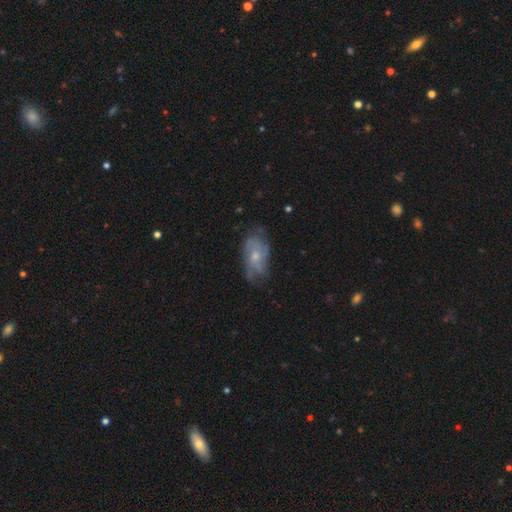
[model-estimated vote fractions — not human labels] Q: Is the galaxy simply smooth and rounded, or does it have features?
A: featured or disk — 64%.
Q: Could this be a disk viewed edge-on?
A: no — 94%.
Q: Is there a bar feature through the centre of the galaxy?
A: no — 78%.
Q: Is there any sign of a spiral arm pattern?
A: yes — 78%.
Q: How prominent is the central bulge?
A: small — 47%.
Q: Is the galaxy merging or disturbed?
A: none — 61%.